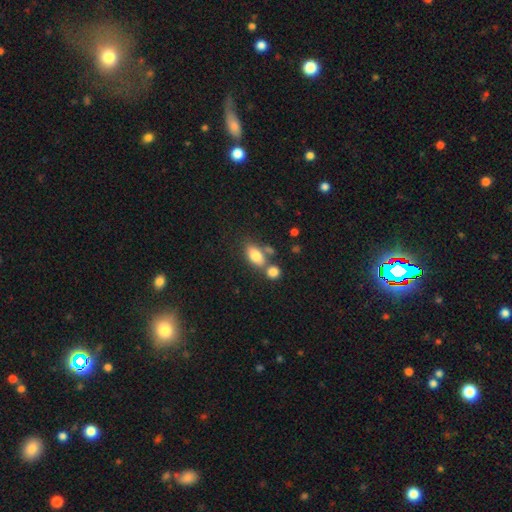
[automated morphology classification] Overall: smooth (79%). How rounded: in between (86%). Merging: none (53%; merger 29%).